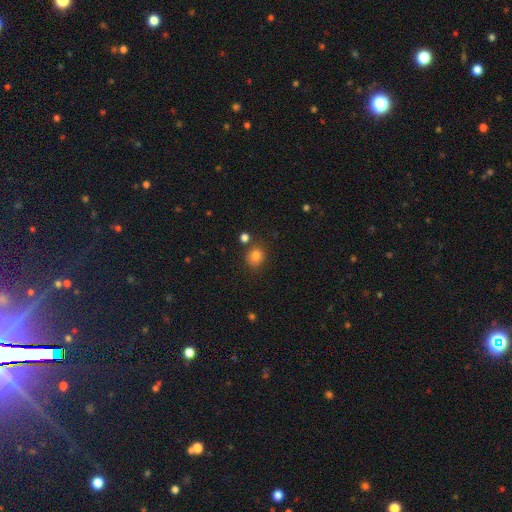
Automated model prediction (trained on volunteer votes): smooth-or-featured: smooth: 82% | star or artifact: 12% | featured or disk: 6%
  how-rounded: round: 78% | in between: 21% | cigar-shaped: 1%
  merging: none: 78% | minor disturbance: 11% | merger: 7% | major disturbance: 3%